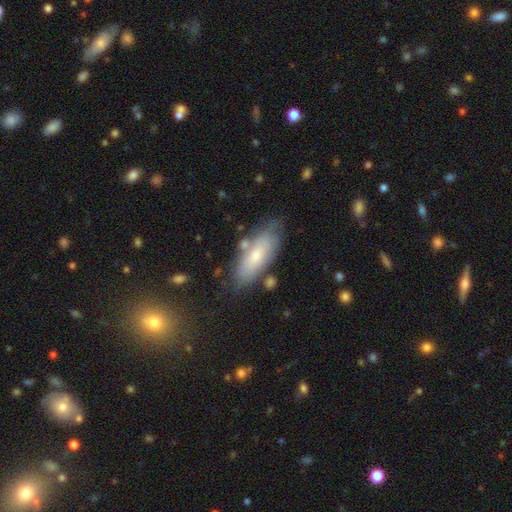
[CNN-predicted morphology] type=smooth (65%); roundness=in between (74%); merging=none (70%).